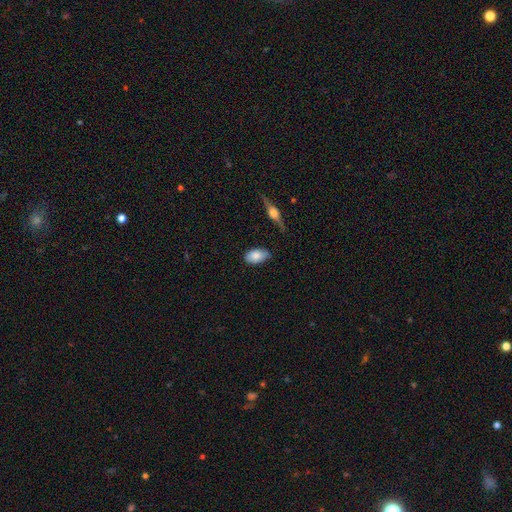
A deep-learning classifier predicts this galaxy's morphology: This appears to be a smooth galaxy with no disk features (81%) that is in between round and cigar-shaped (92%). Merging: none (73%).